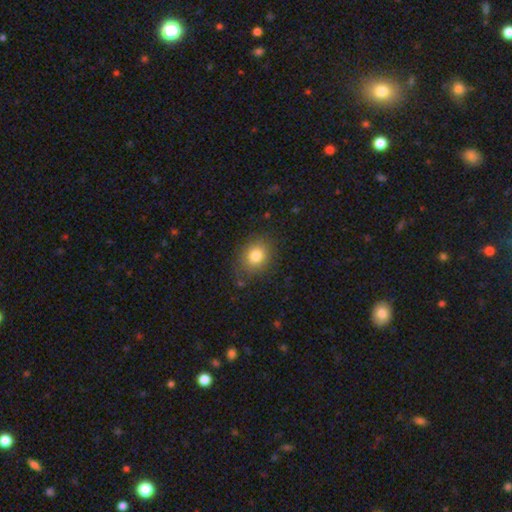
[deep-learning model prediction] This is clearly a smooth galaxy (81%). How rounded: possibly round (54%). Merging: likely none (80%).